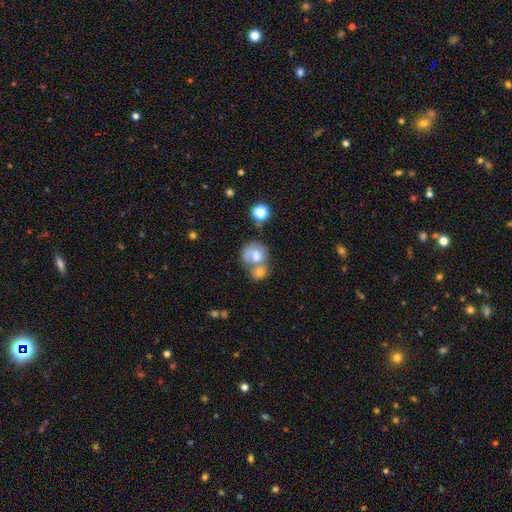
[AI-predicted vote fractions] A smooth galaxy with no disk features (59%) that is round (68%). Merging: merger (60%).